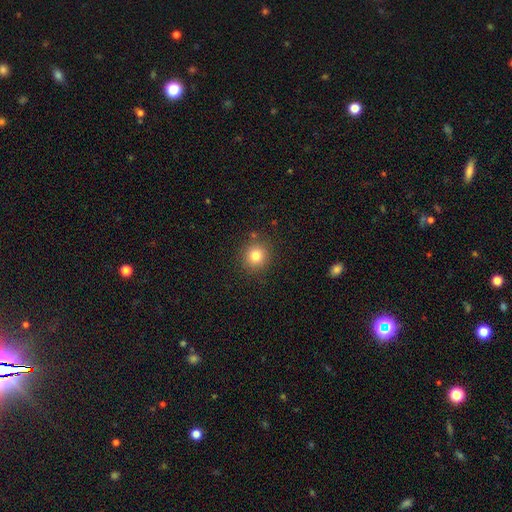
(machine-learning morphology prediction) Smooth or featured?
  - smooth: 80% *
  - star or artifact: 13%
  - featured or disk: 7%
How rounded?
  - round: 92% *
  - in between: 7%
  - cigar-shaped: 1%
Merging?
  - none: 87% *
  - minor disturbance: 7%
  - major disturbance: 3%
  - merger: 2%